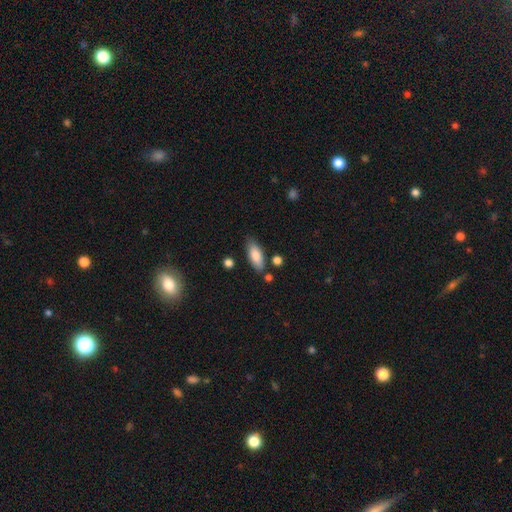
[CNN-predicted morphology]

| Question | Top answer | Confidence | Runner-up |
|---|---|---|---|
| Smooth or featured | smooth | 83% | featured or disk (10%) |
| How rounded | in between | 78% | cigar-shaped (20%) |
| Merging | none | 78% | minor disturbance (14%) |